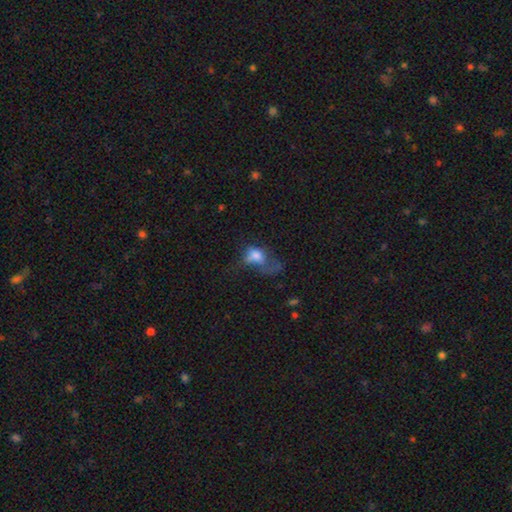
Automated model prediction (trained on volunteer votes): Q: Smooth or featured?
A: smooth (64%); runner-up: featured or disk (24%)
Q: How rounded?
A: in between (73%); runner-up: round (25%)
Q: Merging?
A: major disturbance (57%); runner-up: minor disturbance (18%)